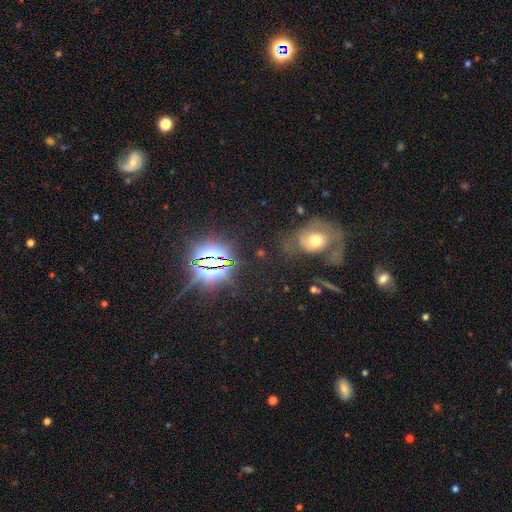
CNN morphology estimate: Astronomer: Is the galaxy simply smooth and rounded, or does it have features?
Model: star or artifact — 42% (runner-up: featured or disk, 36%).